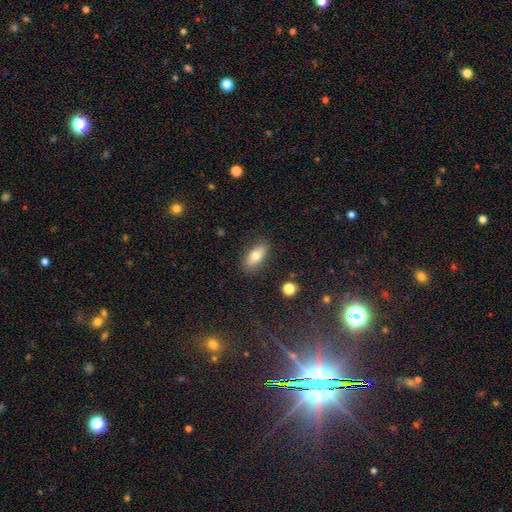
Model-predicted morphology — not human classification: Smooth or featured? Predicted: smooth (p=0.73). How rounded? Predicted: in between (p=0.84). Merging? Predicted: none (p=0.85).